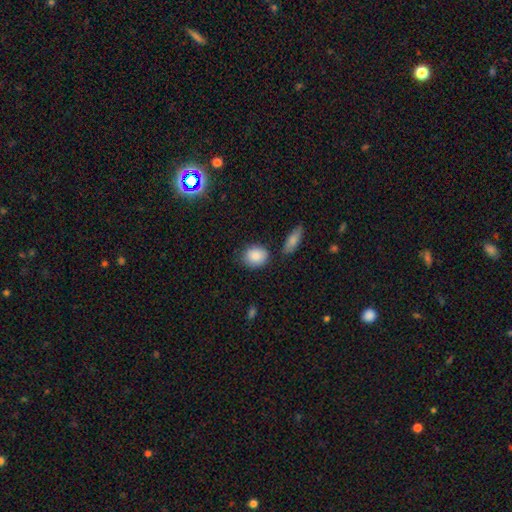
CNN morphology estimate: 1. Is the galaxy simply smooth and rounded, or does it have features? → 88% smooth, 7% star or artifact, 6% featured or disk.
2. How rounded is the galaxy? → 56% round, 42% in between, 2% cigar-shaped.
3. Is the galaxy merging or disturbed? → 76% none, 14% minor disturbance, 7% merger, 4% major disturbance.